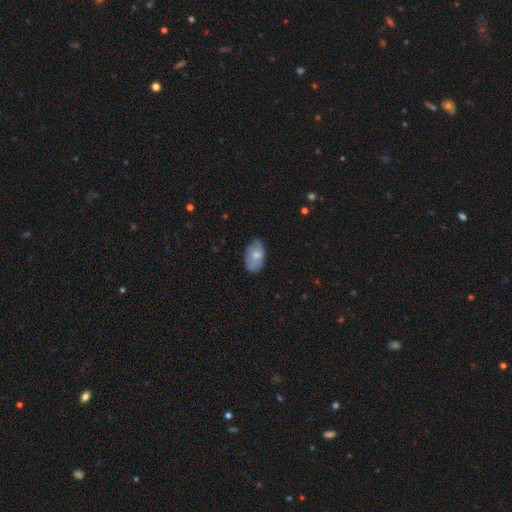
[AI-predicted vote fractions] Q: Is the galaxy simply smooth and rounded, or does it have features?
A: smooth — 69%.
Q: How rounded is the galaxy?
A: in between — 92%.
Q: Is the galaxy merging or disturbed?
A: none — 66%.